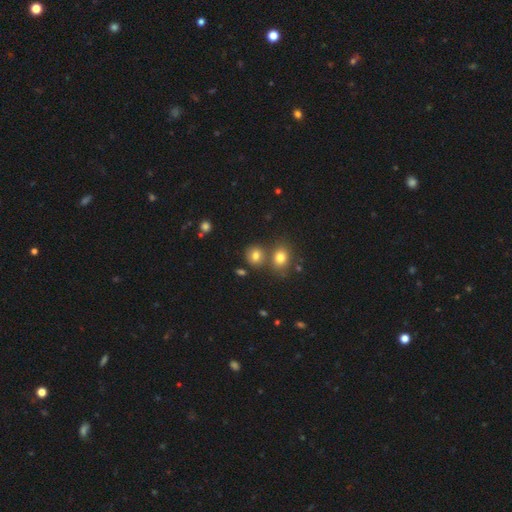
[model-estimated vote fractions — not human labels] Smooth or featured?
  - smooth: 77% *
  - star or artifact: 14%
  - featured or disk: 9%
How rounded?
  - round: 73% *
  - in between: 26%
  - cigar-shaped: 1%
Merging?
  - none: 65% *
  - merger: 21%
  - minor disturbance: 10%
  - major disturbance: 3%